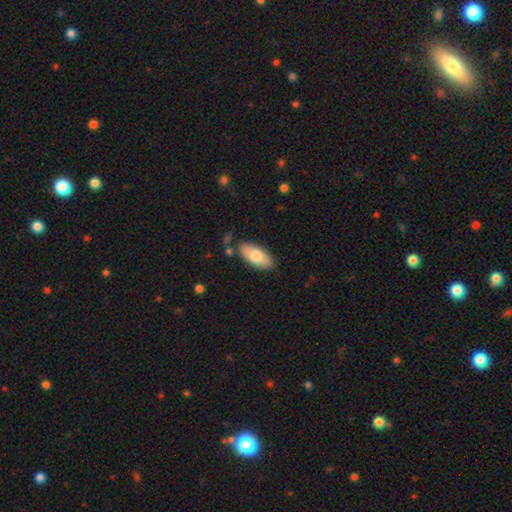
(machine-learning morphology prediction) This is likely a smooth galaxy (77%). How rounded: clearly in between (89%). Merging: clearly none (81%).